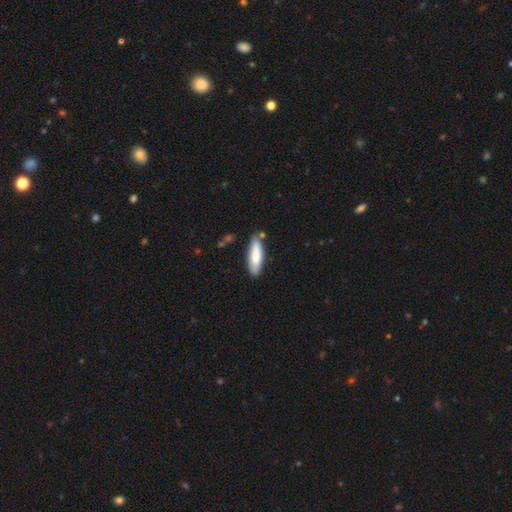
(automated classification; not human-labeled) Overall: smooth (77%). How rounded: cigar-shaped (55%; in between 43%). Merging: none (77%).